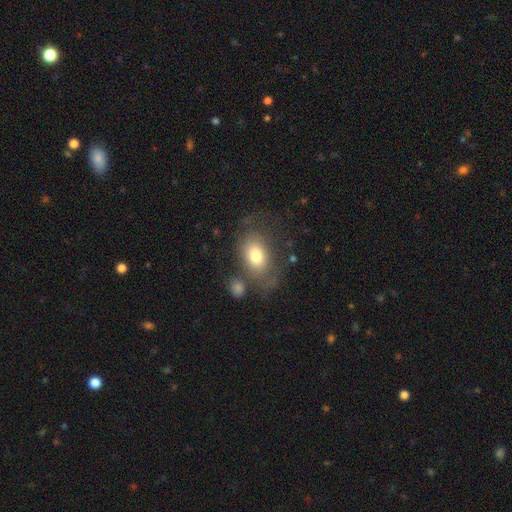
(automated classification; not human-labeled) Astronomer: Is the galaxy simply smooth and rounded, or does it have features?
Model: smooth — 74%.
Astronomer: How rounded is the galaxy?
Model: in between — 80%.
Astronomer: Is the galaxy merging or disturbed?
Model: none — 54%.